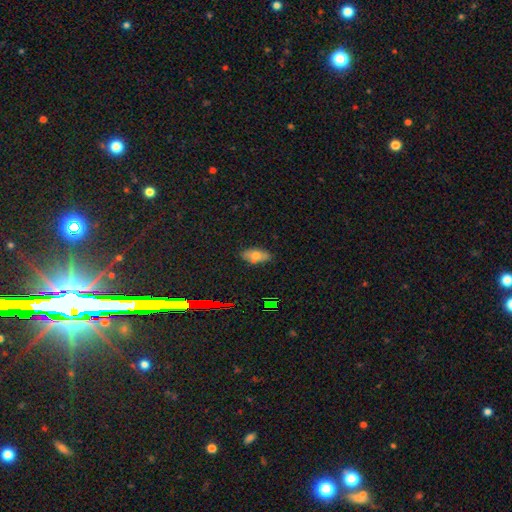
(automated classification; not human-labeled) The model was most divided on "smooth or featured": smooth: 69%, featured or disk: 16%, star or artifact: 15%. More confident: how rounded — in between (91%); merging — none (81%).